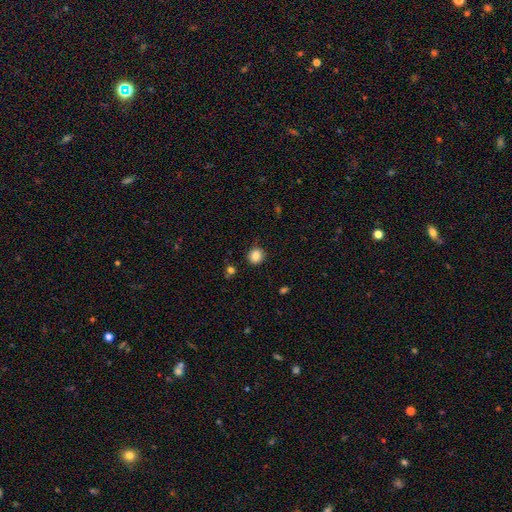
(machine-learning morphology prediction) The model was most divided on "smooth or featured": smooth: 85%, star or artifact: 10%, featured or disk: 5%. More confident: how rounded — round (88%); merging — none (87%).